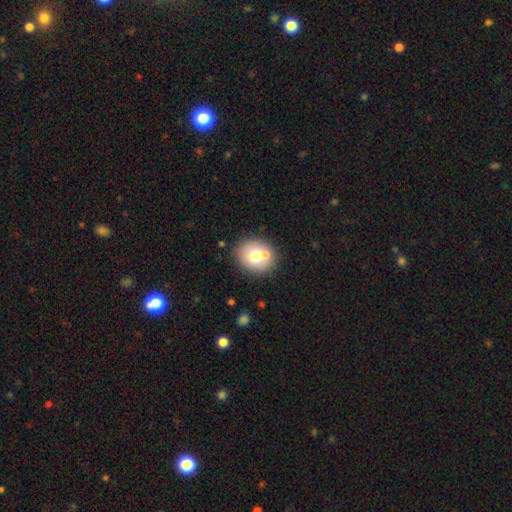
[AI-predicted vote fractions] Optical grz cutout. It shows a smooth galaxy with no disk features (69%) that is round (73%). Merging: none (66%).